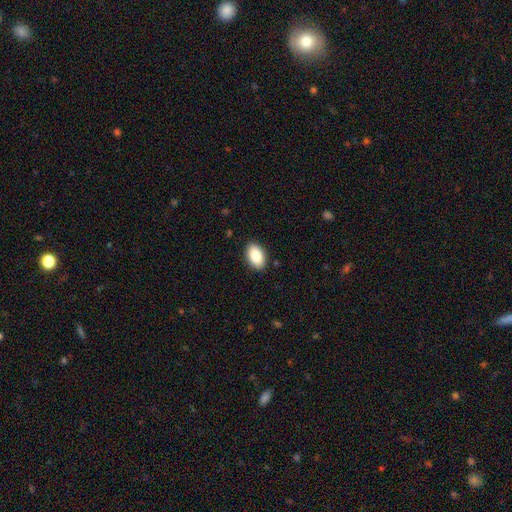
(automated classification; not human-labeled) smooth_or_featured: smooth (p=0.86) [alt: featured or disk p=0.07]
how_rounded: in between (p=0.93) [alt: round p=0.06]
merging: none (p=0.89) [alt: minor disturbance p=0.08]